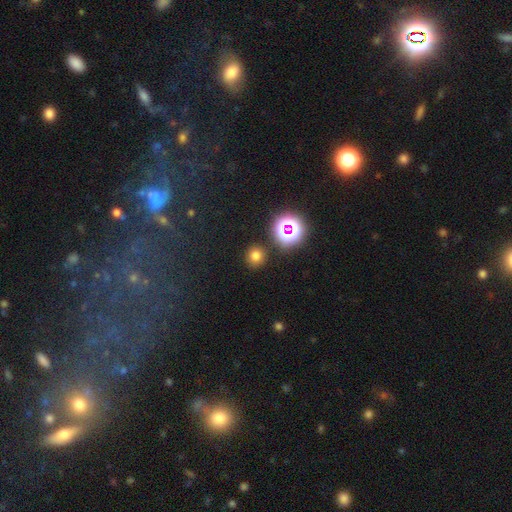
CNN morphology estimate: Smooth or featured? smooth (72%)
How rounded? round (89%)
Merging? none (87%)